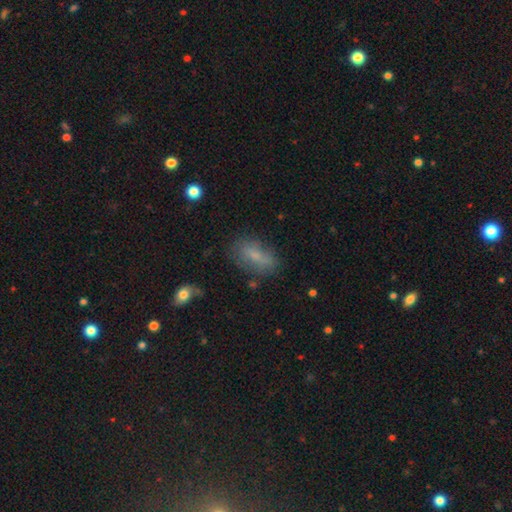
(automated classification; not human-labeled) Overall: smooth (67%). How rounded: in between (84%). Merging: none (67%).